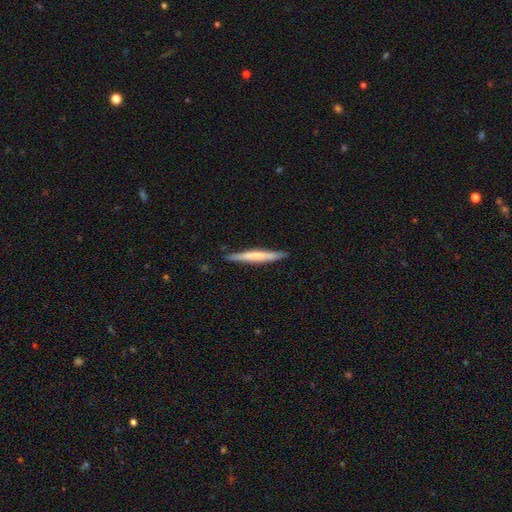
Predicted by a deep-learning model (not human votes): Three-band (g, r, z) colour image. It shows a smooth galaxy with no disk features (51%) that is cigar-shaped (96%). Merging: none (88%).